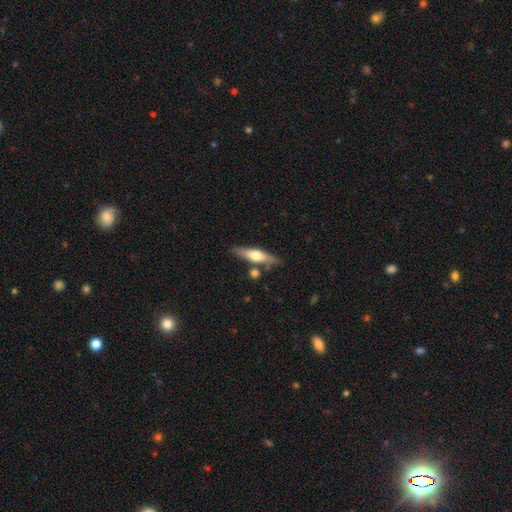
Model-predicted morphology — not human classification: smooth_or_featured: featured or disk (p=0.55) [alt: smooth p=0.39]
disk_edge_on: yes (p=0.92) [alt: no p=0.08]
edge_on_bulge: rounded (p=0.91) [alt: boxy p=0.05]
merging: none (p=0.77) [alt: minor disturbance p=0.12]